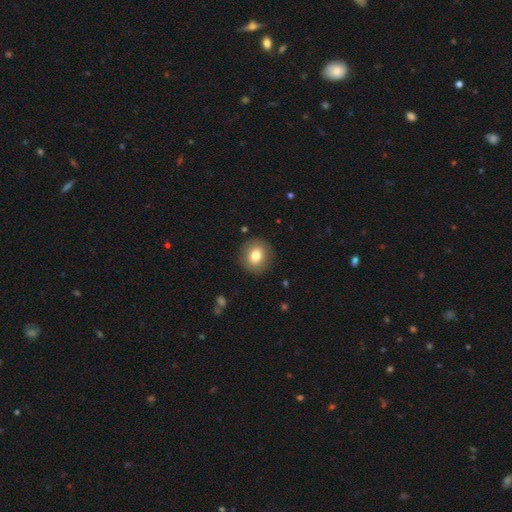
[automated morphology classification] This is likely a smooth galaxy (78%). How rounded: likely round (79%). Merging: clearly none (89%).